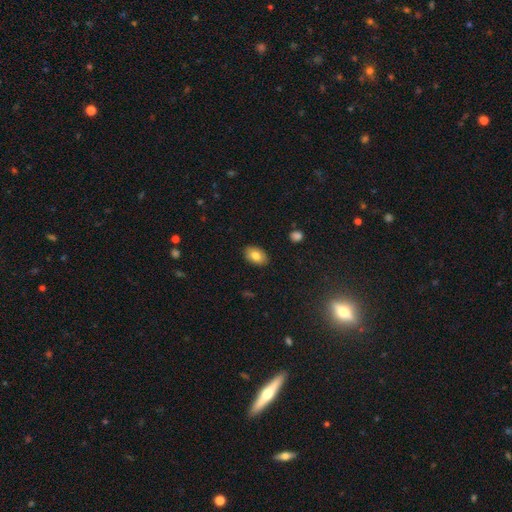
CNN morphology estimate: Smooth or featured?
  - smooth: 81% *
  - featured or disk: 12%
  - star or artifact: 8%
How rounded?
  - in between: 87% *
  - round: 12%
  - cigar-shaped: 1%
Merging?
  - none: 88% *
  - minor disturbance: 9%
  - major disturbance: 2%
  - merger: 1%